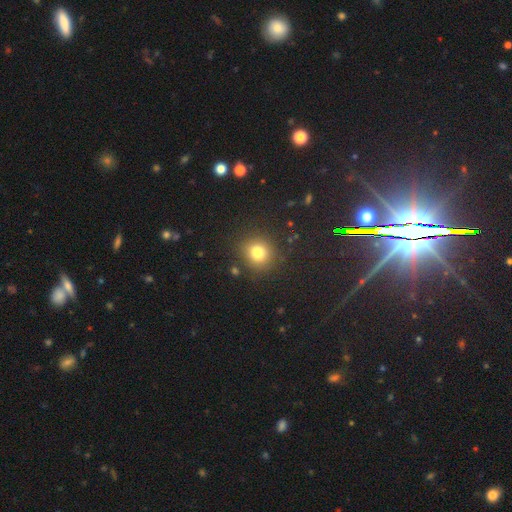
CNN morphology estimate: smooth-or-featured: smooth: 65% | star or artifact: 27% | featured or disk: 8%
  how-rounded: round: 90% | in between: 9% | cigar-shaped: 1%
  merging: none: 90% | minor disturbance: 6% | major disturbance: 2% | merger: 2%